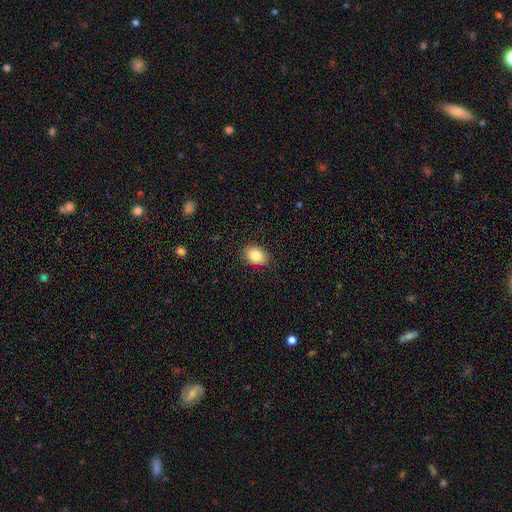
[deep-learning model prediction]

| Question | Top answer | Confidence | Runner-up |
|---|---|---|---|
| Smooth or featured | smooth | 84% | star or artifact (8%) |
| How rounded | in between | 70% | round (29%) |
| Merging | none | 89% | minor disturbance (8%) |